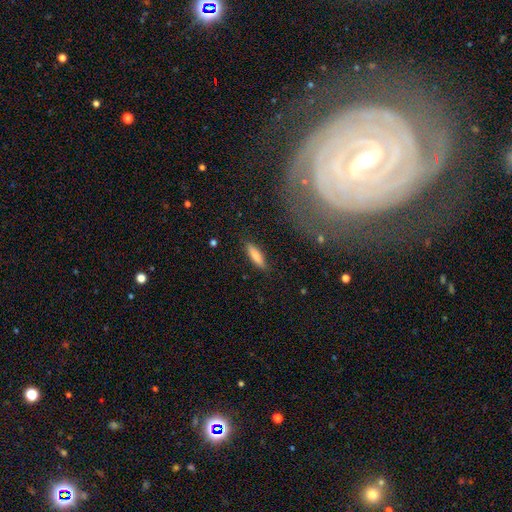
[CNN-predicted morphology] A smooth galaxy with no disk features (79%) that is cigar-shaped (66%). Merging: none (85%).